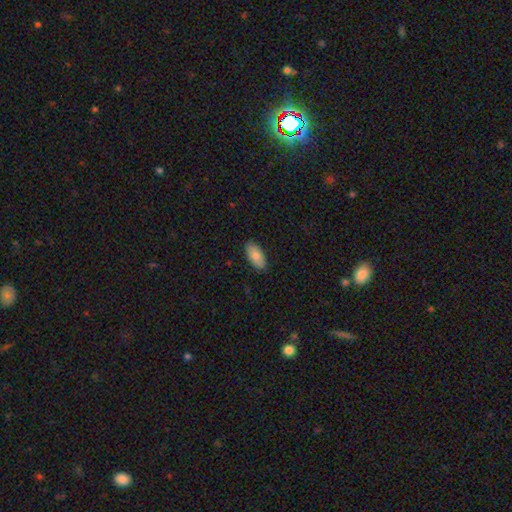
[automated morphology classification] This appears to be a smooth galaxy with no disk features (79%) that is in between round and cigar-shaped (92%). Merging: none (88%).